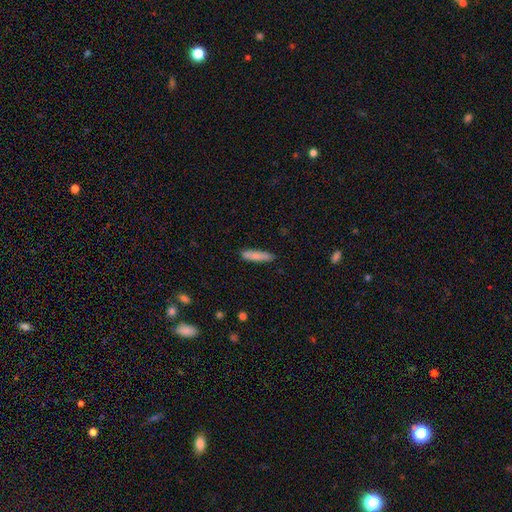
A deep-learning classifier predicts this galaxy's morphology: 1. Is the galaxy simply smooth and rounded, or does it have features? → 81% smooth, 13% featured or disk, 6% star or artifact.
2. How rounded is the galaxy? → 81% cigar-shaped, 18% in between, 2% round.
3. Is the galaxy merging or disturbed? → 83% none, 13% minor disturbance, 2% major disturbance, 2% merger.